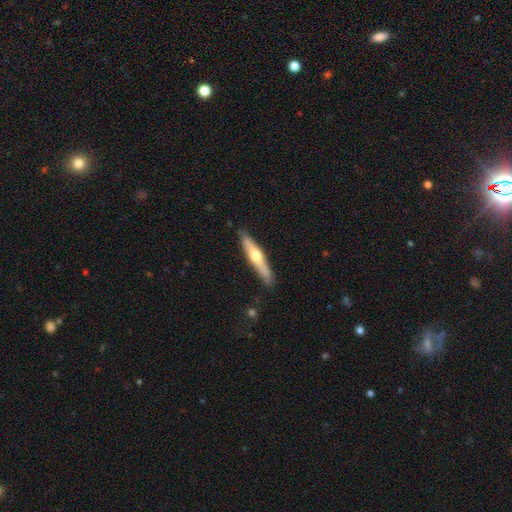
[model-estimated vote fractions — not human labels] This is possibly a featured or disk galaxy (50%). It is clearly viewed edge-on (92%). Merging: clearly none (87%).